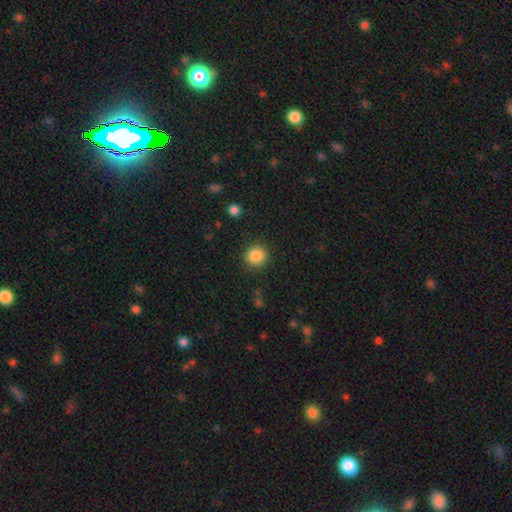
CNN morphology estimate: Smooth or featured?
  - smooth: 86% *
  - star or artifact: 10%
  - featured or disk: 4%
How rounded?
  - round: 90% *
  - in between: 9%
  - cigar-shaped: 1%
Merging?
  - none: 89% *
  - minor disturbance: 7%
  - major disturbance: 3%
  - merger: 1%